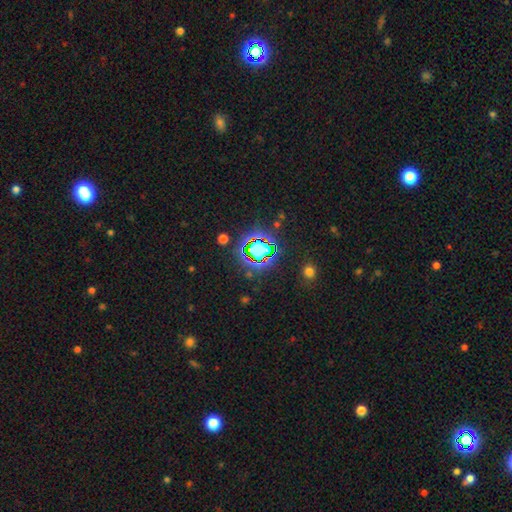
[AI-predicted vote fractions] The model was most divided on "smooth or featured": star or artifact: 69%, smooth: 20%, featured or disk: 11%.